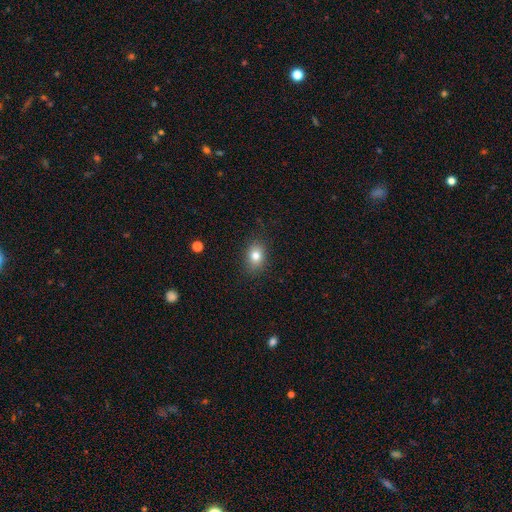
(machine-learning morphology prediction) Smooth or featured? Predicted: smooth (p=0.81). How rounded? Predicted: in between (p=0.67). Merging? Predicted: none (p=0.86).